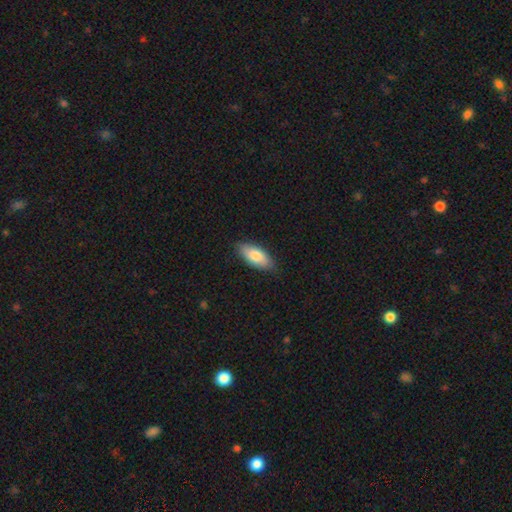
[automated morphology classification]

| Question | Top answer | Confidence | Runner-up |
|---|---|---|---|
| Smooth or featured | smooth | 80% | featured or disk (14%) |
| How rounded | in between | 88% | cigar-shaped (10%) |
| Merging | none | 82% | minor disturbance (15%) |